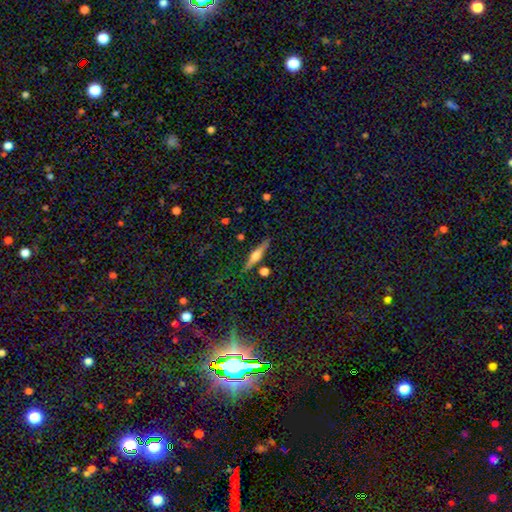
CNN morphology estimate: Smooth or featured? featured or disk (60%)
Edge-on disk? yes (96%)
Edge-on bulge? rounded (89%)
Merging? none (84%)